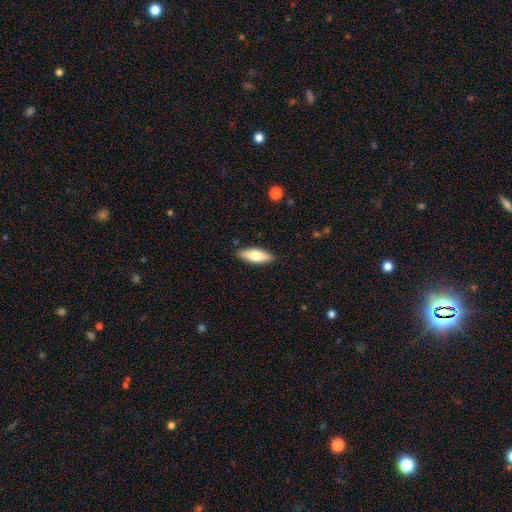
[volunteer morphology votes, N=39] A smooth galaxy with no disk features (67%) that is in between round and cigar-shaped (77%). Merging: none (89%).